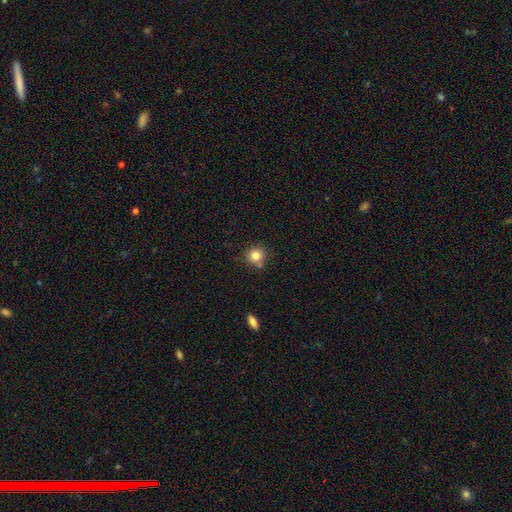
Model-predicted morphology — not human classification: smooth 82%, star or artifact 11%, featured or disk 6%. Down the decision tree: how rounded — round (91%); merging — none (76%).